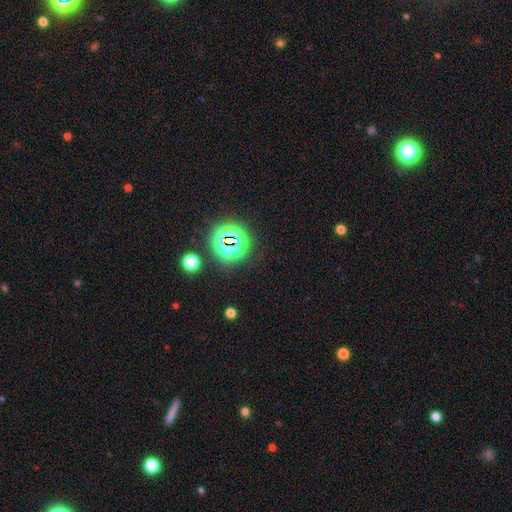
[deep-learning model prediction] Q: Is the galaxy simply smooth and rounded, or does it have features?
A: star or artifact — 81%.